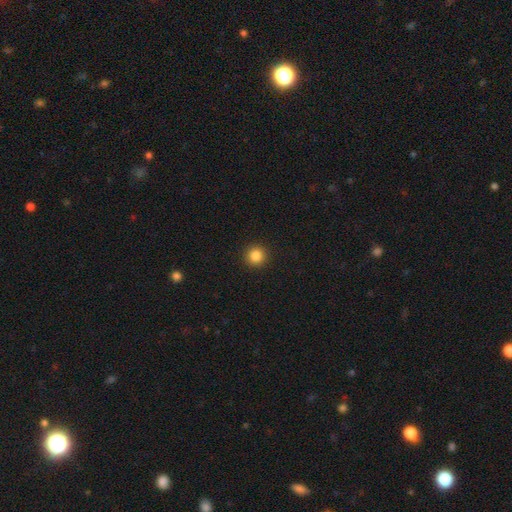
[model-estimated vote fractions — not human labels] Smooth or featured? smooth (85%)
How rounded? round (95%)
Merging? none (93%)